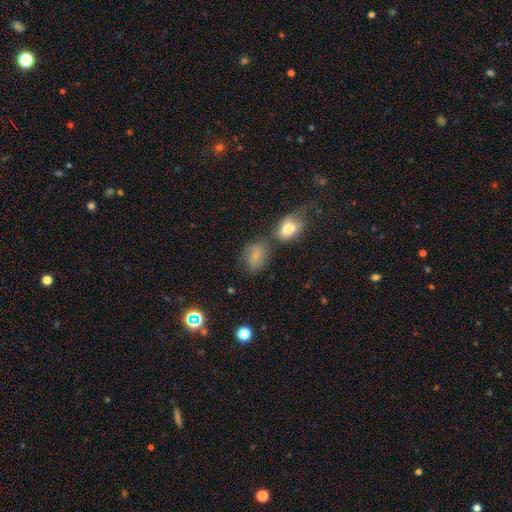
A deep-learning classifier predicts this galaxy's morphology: Smooth or featured? smooth (74%)
How rounded? in between (74%)
Merging? none (47%)